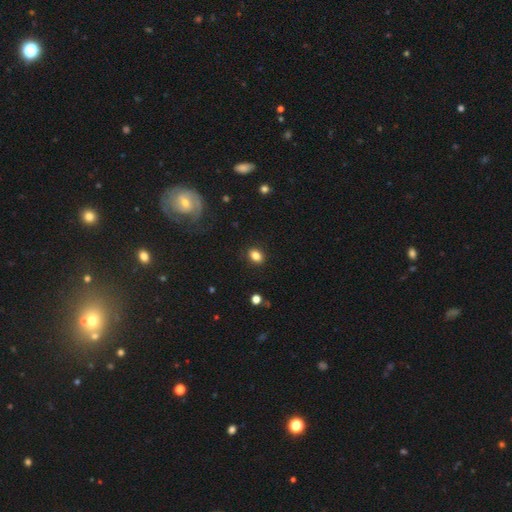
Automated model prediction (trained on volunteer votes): smooth_or_featured: smooth (p=0.84) [alt: star or artifact p=0.10]
how_rounded: in between (p=0.68) [alt: round p=0.30]
merging: none (p=0.87) [alt: minor disturbance p=0.09]